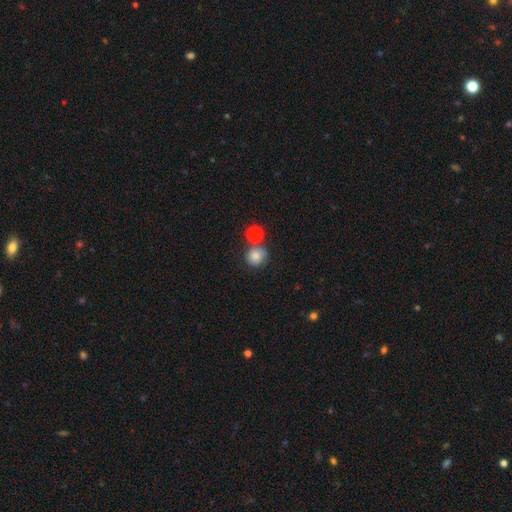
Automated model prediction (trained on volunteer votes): This appears to be a smooth galaxy with no disk features (77%) that is round (87%). Merging: none (60%).